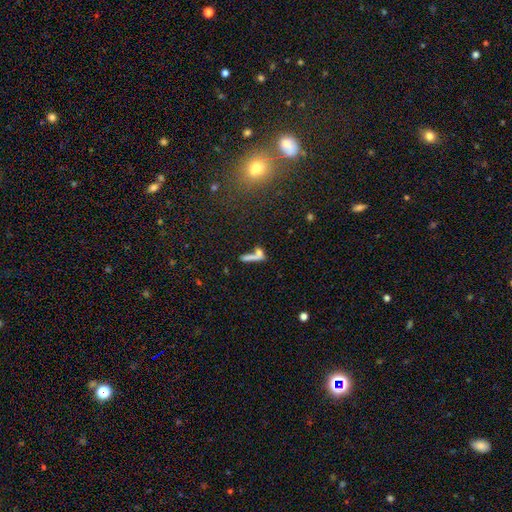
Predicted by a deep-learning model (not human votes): smooth_or_featured: smooth (p=0.64) [alt: featured or disk p=0.22]
how_rounded: cigar-shaped (p=0.69) [alt: in between p=0.23]
merging: merger (p=0.43) [alt: none p=0.39]